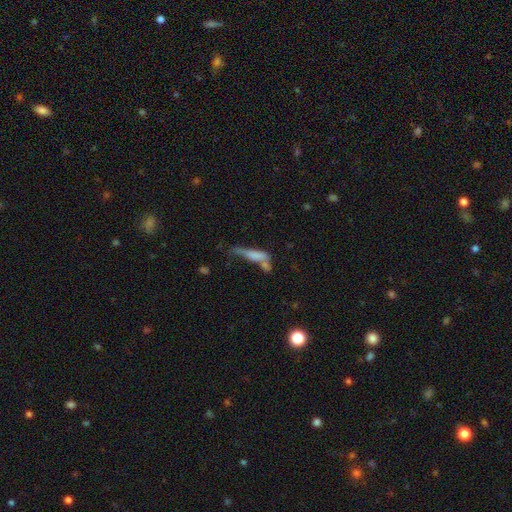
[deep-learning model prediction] A smooth galaxy with no disk features (61%) that is cigar-shaped (72%). Merging: merger (32%).